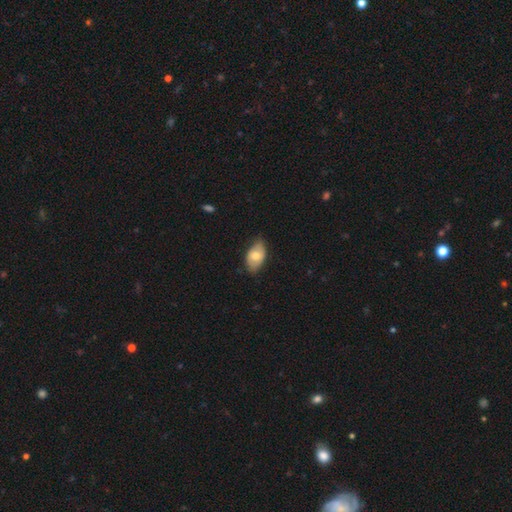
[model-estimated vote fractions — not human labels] smooth-or-featured: smooth: 68% | featured or disk: 26% | star or artifact: 6%
  how-rounded: in between: 92% | round: 6% | cigar-shaped: 2%
  merging: none: 70% | minor disturbance: 25% | major disturbance: 4% | merger: 1%